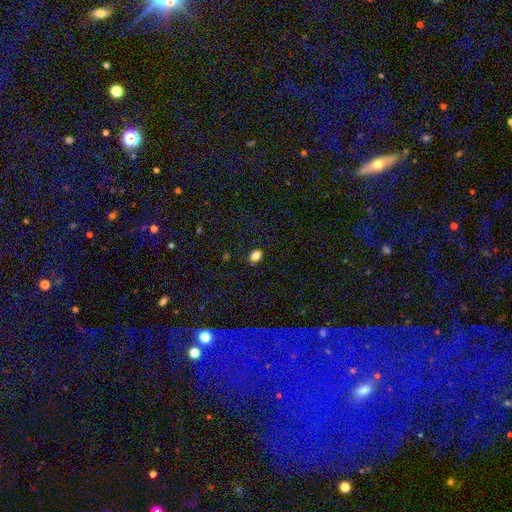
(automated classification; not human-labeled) The model was most divided on "how rounded": in between: 68%, round: 30%, cigar-shaped: 1%. More confident: merging — none (86%); smooth or featured — smooth (84%).